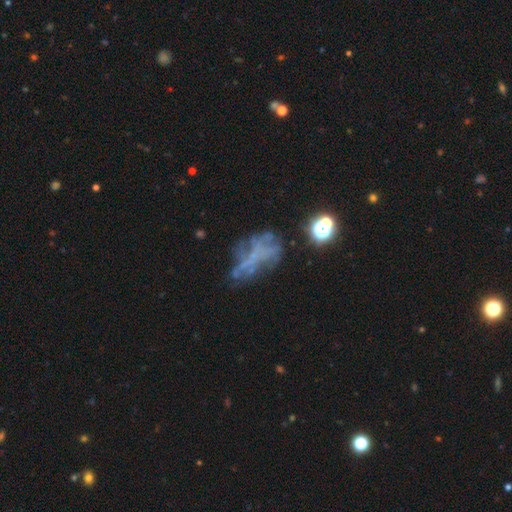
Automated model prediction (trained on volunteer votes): Overall: featured or disk (51%; star or artifact 26%). Edge-on disk: no (94%). Merging: none (46%; major disturbance 28%).